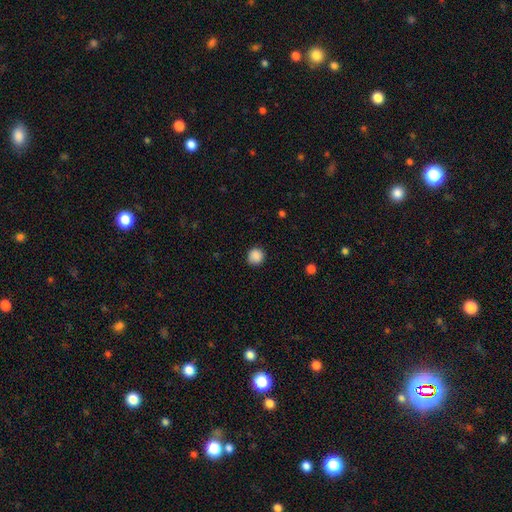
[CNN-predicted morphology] The model was most divided on "merging": none: 87%, minor disturbance: 9%, major disturbance: 2%, merger: 1%. More confident: how rounded — round (91%); smooth or featured — smooth (88%).